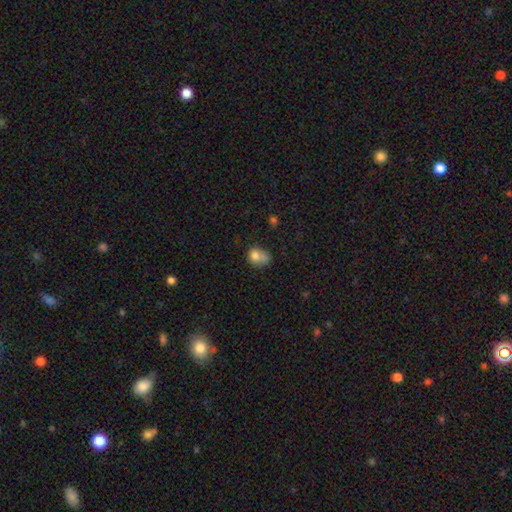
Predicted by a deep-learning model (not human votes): Smooth or featured? Predicted: smooth (p=0.77). How rounded? Predicted: in between (p=0.52). Merging? Predicted: none (p=0.31).